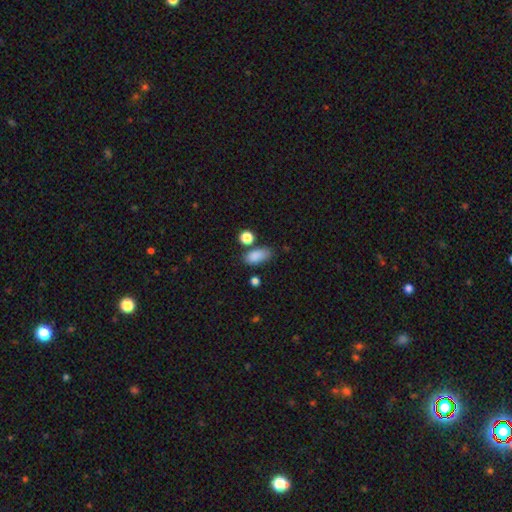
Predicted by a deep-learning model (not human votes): This appears to be a smooth galaxy with no disk features (85%) that is in between round and cigar-shaped (85%). Merging: none (66%).